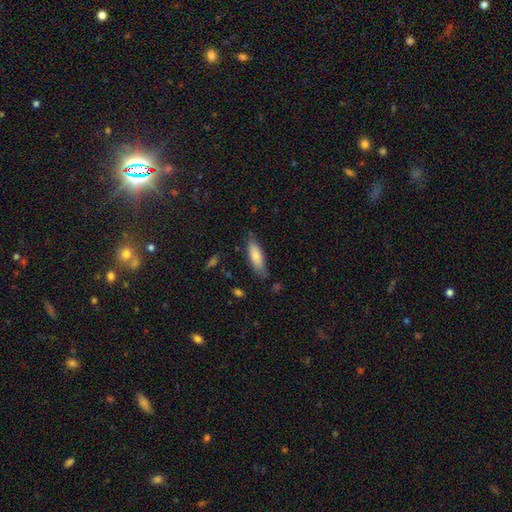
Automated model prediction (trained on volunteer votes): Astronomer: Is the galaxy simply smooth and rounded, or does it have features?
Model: smooth — 79%.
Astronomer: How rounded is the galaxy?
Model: in between — 53% (runner-up: cigar-shaped, 45%).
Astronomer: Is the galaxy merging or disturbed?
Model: none — 76%.